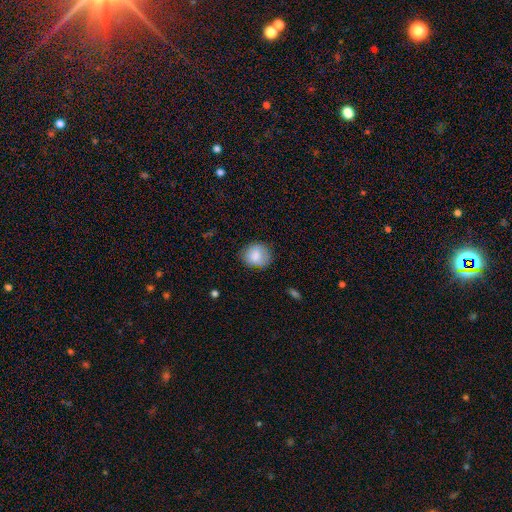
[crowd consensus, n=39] A smooth galaxy with no disk features (95%) that is round (78%). Merging: none (87%).